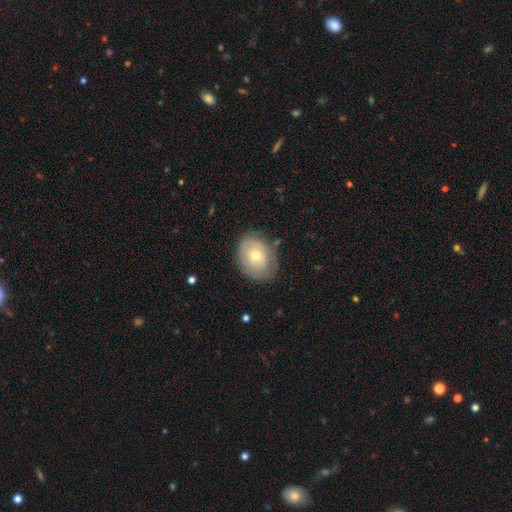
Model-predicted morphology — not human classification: Smooth or featured?
  - smooth: 60% *
  - featured or disk: 33%
  - star or artifact: 8%
How rounded?
  - in between: 56% *
  - round: 43%
  - cigar-shaped: 1%
Merging?
  - none: 69% *
  - minor disturbance: 23%
  - major disturbance: 7%
  - merger: 2%